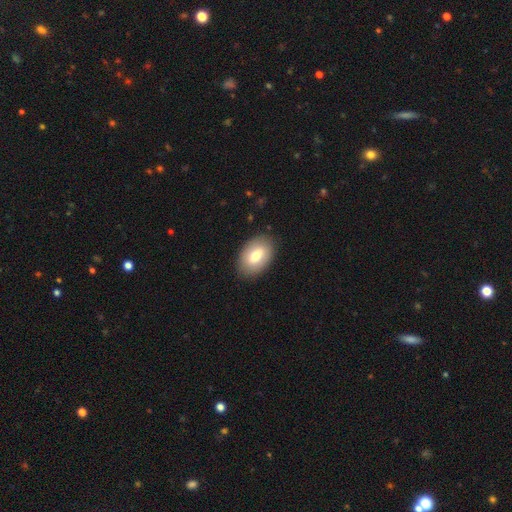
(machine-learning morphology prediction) Smooth or featured? Predicted: smooth (p=0.75). How rounded? Predicted: in between (p=0.91). Merging? Predicted: none (p=0.86).